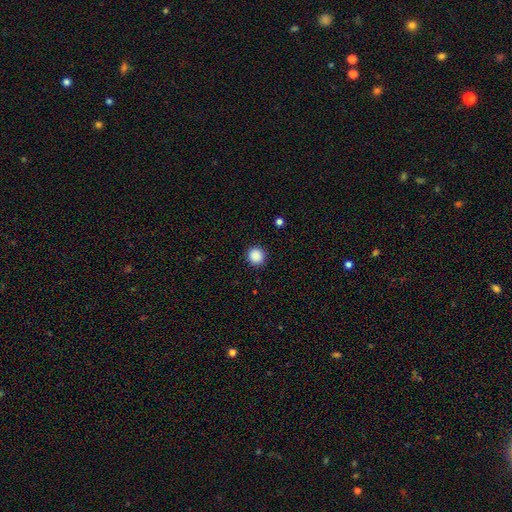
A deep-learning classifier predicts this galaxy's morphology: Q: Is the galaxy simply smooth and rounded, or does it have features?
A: smooth — 89%.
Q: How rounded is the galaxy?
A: round — 91%.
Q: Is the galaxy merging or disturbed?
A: none — 92%.